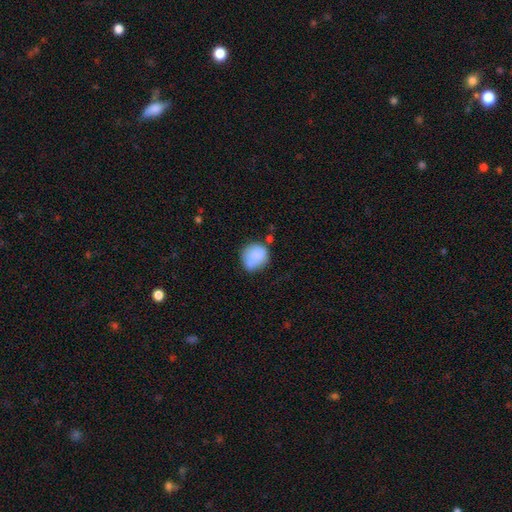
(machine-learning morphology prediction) This is clearly a smooth galaxy (81%). How rounded: likely round (79%). Merging: possibly none (55%).